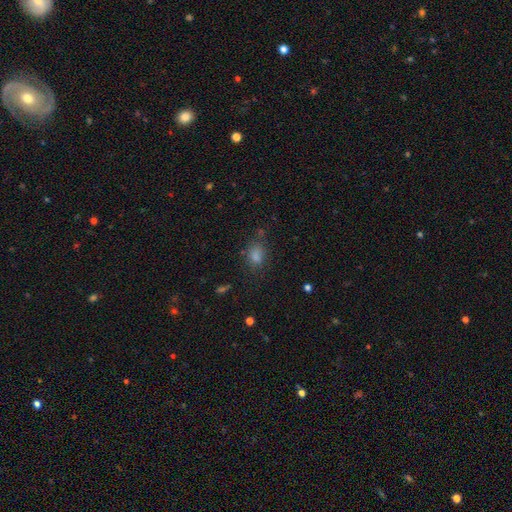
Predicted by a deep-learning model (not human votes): Overall: smooth (74%). How rounded: in between (61%; round 37%). Merging: none (76%).